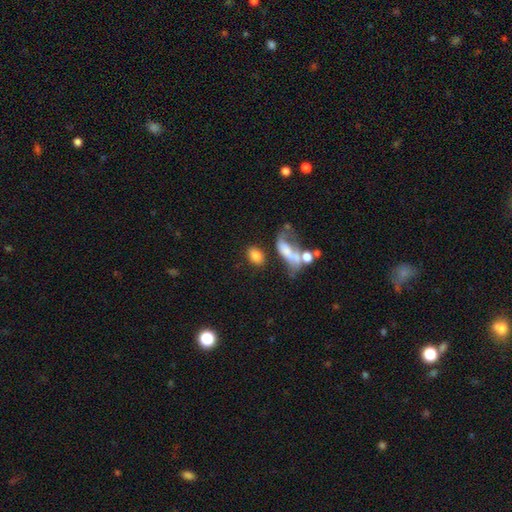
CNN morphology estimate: smooth 77%, featured or disk 12%, star or artifact 11%. Down the decision tree: how rounded — in between (83%); merging — none (53%).